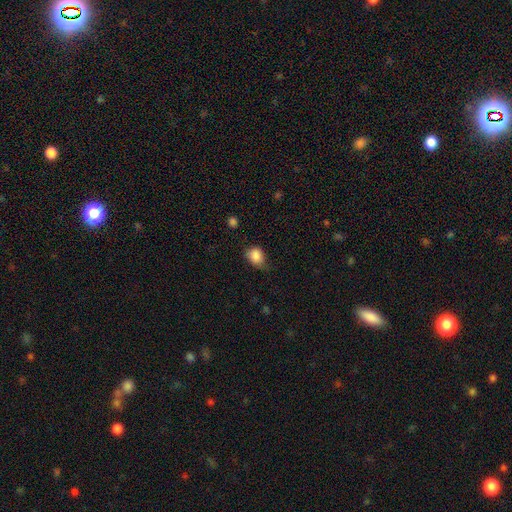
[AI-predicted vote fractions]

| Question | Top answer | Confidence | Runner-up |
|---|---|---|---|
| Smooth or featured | smooth | 86% | star or artifact (9%) |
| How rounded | in between | 54% | round (45%) |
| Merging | none | 48% | minor disturbance (39%) |